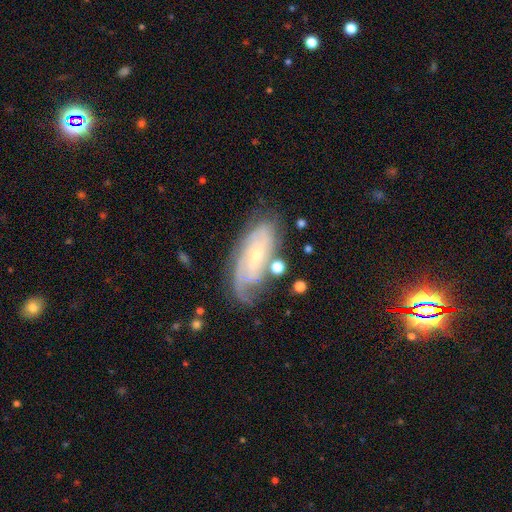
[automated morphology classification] The model was most divided on "spiral arm count": can't tell: 38%, 2: 31%, 3: 15%, 4: 6%, 1: 6%, more than 4: 4%. More confident: spiral arms — yes (93%); edge-on disk — no (92%); smooth or featured — featured or disk (81%); bulge size — small (74%); spiral winding — tight (66%); merging — none (64%); bar — no (55%).